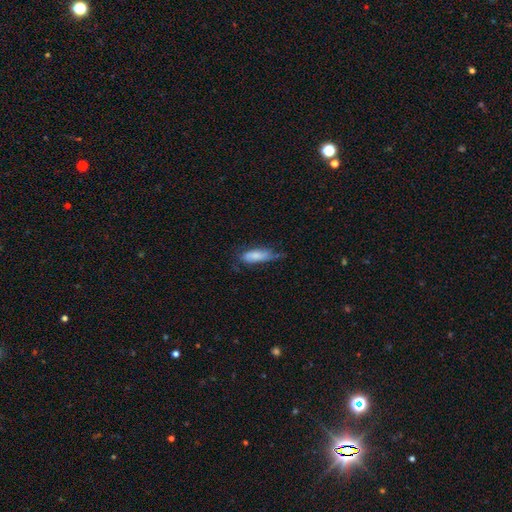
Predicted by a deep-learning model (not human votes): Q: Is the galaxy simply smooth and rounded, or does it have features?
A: smooth — 76%.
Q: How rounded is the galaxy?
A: in between — 68%.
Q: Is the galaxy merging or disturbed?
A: none — 50%.